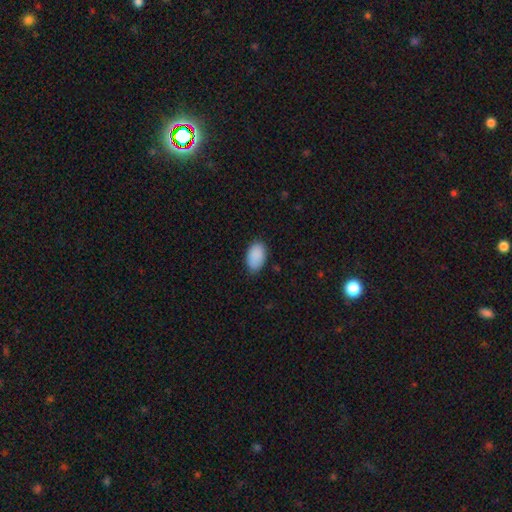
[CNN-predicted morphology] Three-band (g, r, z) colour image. It shows a smooth galaxy with no disk features (90%) that is in between round and cigar-shaped (93%). Merging: none (81%).